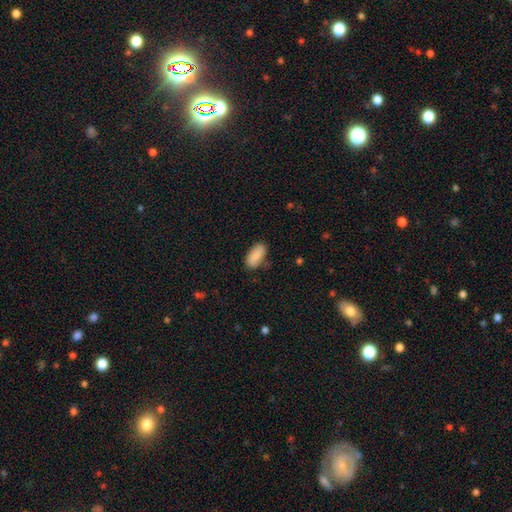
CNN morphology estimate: Overall: smooth (88%). How rounded: in between (90%). Merging: none (77%).